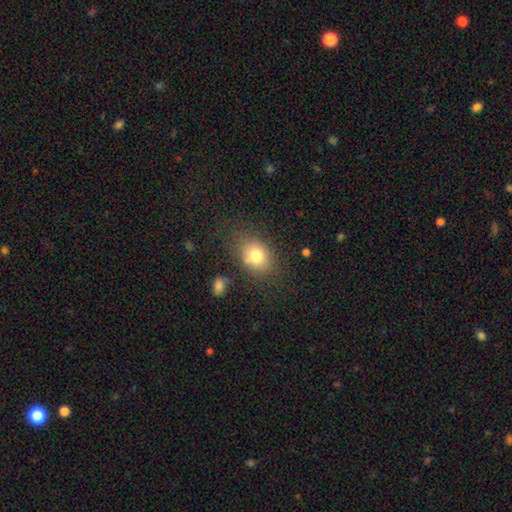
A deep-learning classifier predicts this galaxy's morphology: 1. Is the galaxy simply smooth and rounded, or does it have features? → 79% smooth, 11% featured or disk, 10% star or artifact.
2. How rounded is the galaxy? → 66% in between, 33% round, 1% cigar-shaped.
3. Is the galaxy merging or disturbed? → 71% none, 17% minor disturbance, 7% major disturbance, 5% merger.